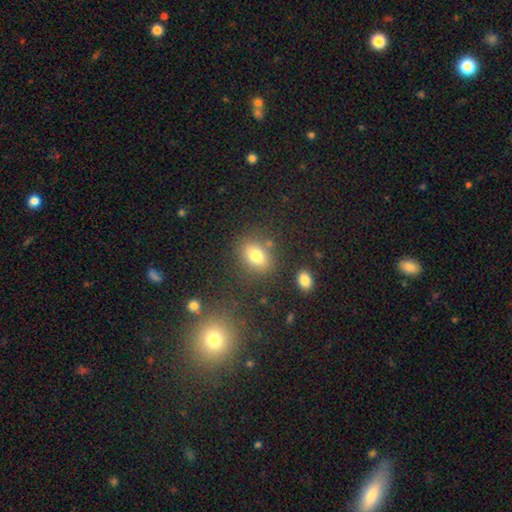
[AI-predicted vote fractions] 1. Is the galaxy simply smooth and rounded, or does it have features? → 78% smooth, 12% star or artifact, 10% featured or disk.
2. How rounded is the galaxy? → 64% in between, 34% round, 2% cigar-shaped.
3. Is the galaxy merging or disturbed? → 77% none, 12% minor disturbance, 6% merger, 4% major disturbance.